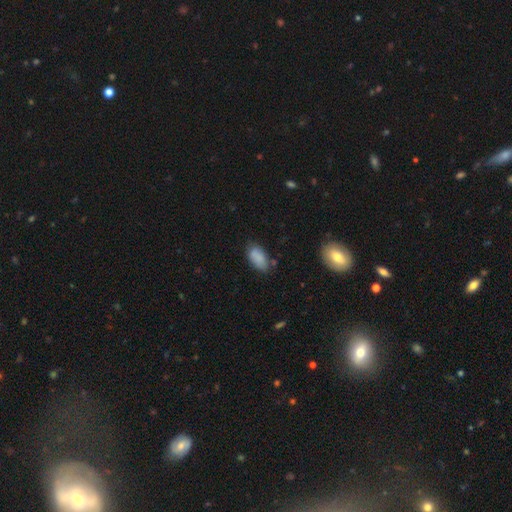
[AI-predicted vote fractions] This appears to be a smooth galaxy with no disk features (85%) that is in between round and cigar-shaped (93%). Merging: none (71%).